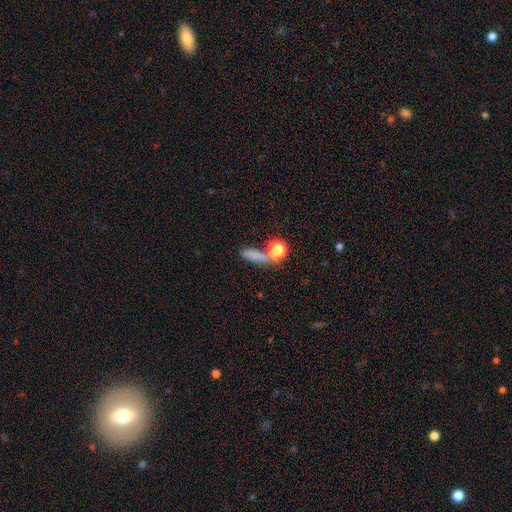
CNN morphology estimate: The model was most divided on "how rounded": cigar-shaped: 45%, in between: 35%, round: 21%. More confident: smooth or featured — smooth (73%); merging — none (62%).